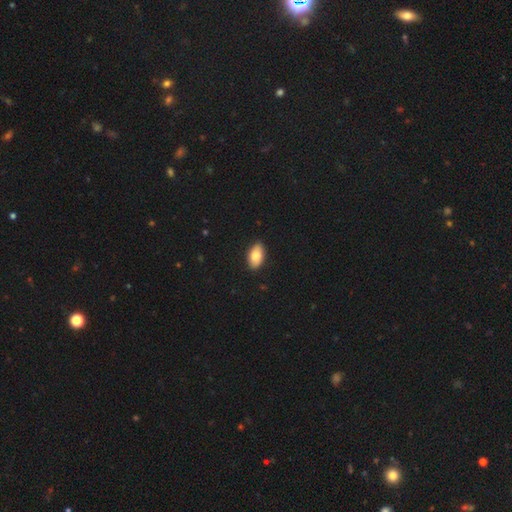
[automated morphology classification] A smooth galaxy with no disk features (83%) that is in between round and cigar-shaped (94%).

Vote fractions:
- Smooth or featured? smooth: 83% / featured or disk: 11% / star or artifact: 6%
- How rounded? in between: 94% / round: 4% / cigar-shaped: 2%
- Merging? none: 89% / minor disturbance: 8% / major disturbance: 2% / merger: 1%